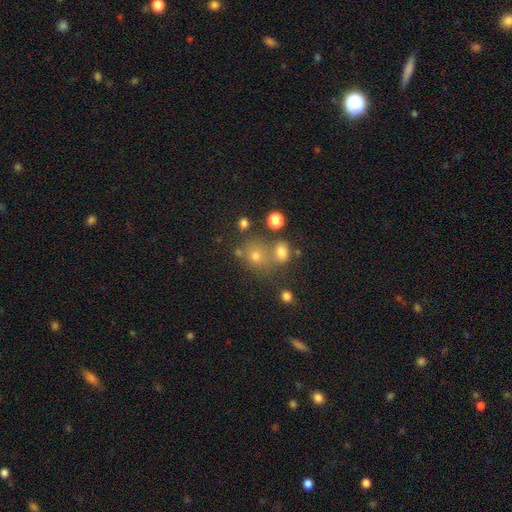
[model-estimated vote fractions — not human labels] smooth 65%, star or artifact 22%, featured or disk 13%. Down the decision tree: how rounded — round (74%); merging — none (52%).